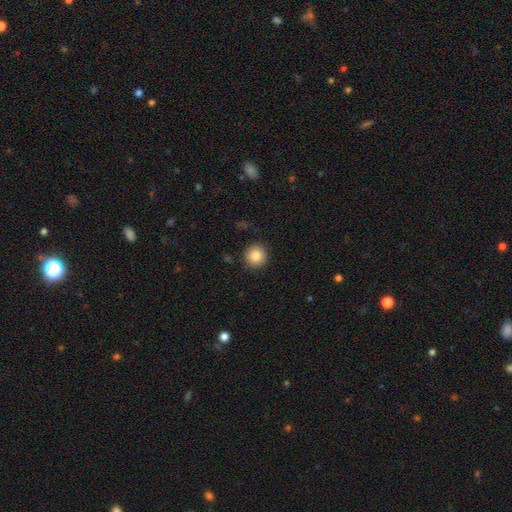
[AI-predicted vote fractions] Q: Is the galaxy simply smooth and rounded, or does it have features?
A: smooth — 84%.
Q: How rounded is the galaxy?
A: round — 94%.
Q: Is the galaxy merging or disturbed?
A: none — 91%.